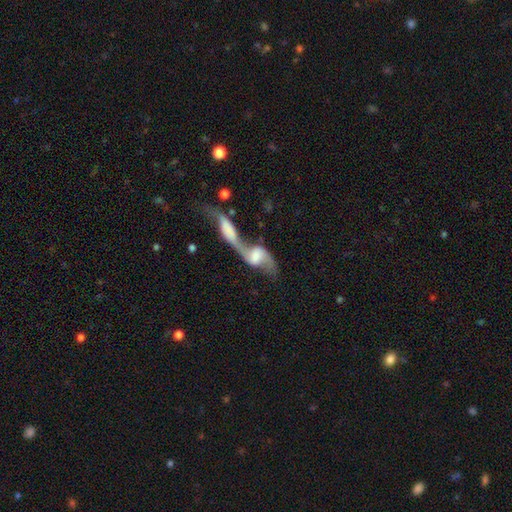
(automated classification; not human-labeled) smooth-or-featured: featured or disk: 75% | smooth: 18% | star or artifact: 7%
  disk-edge-on: no: 92% | yes: 8%
    bar: weak: 43% | no: 36% | strong: 21%
    has-spiral-arms: yes: 87% | no: 13%
      spiral-winding: loose: 83% | medium: 14% | tight: 4%
      spiral-arm-count: 2: 85% | 1: 8% | can't tell: 5% | 3: 1% | 4: 1% | more than 4: 1%
    bulge-size: moderate: 30% | none: 23% | small: 22% | large: 22% | dominant: 4%
  merging: merger: 74% | none: 13% | major disturbance: 8% | minor disturbance: 5%